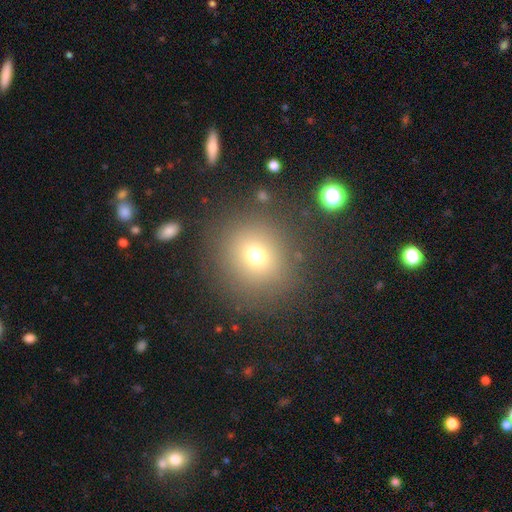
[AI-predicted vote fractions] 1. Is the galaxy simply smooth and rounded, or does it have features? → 70% smooth, 17% star or artifact, 12% featured or disk.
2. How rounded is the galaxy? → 86% round, 13% in between, 1% cigar-shaped.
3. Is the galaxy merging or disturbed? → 83% none, 9% minor disturbance, 5% major disturbance, 3% merger.